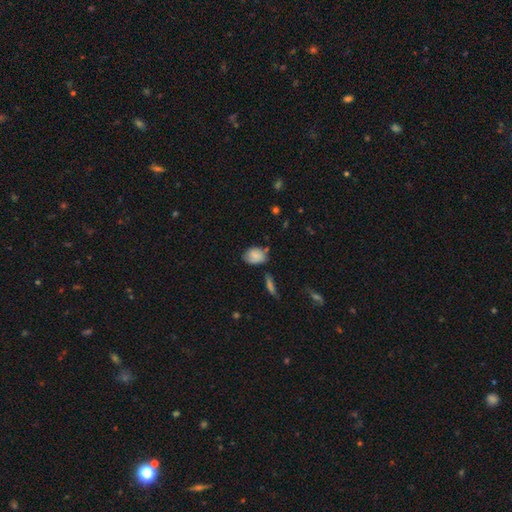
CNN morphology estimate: The model was most divided on "merging": none: 60%, minor disturbance: 28%, merger: 7%, major disturbance: 6%. More confident: smooth or featured — smooth (79%); how rounded — in between (70%).